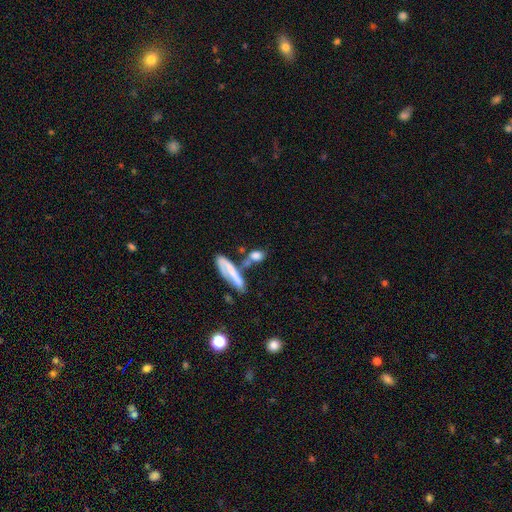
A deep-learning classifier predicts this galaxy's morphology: Overall: smooth (69%). How rounded: in between (47%; cigar-shaped 32%). Merging: merger (38%, tied with none).